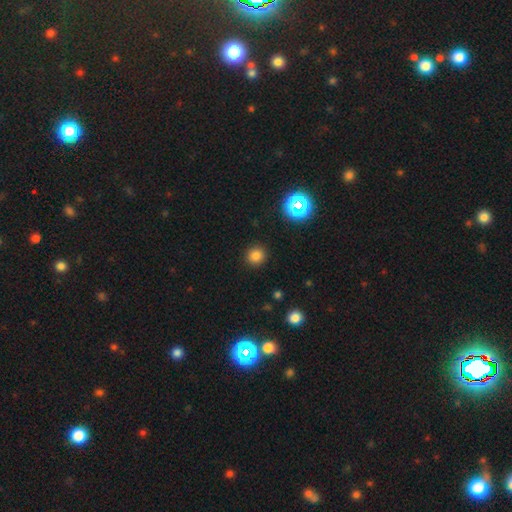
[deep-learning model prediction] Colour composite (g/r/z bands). It shows a smooth galaxy with no disk features (79%) that is round (92%). Merging: none (91%).